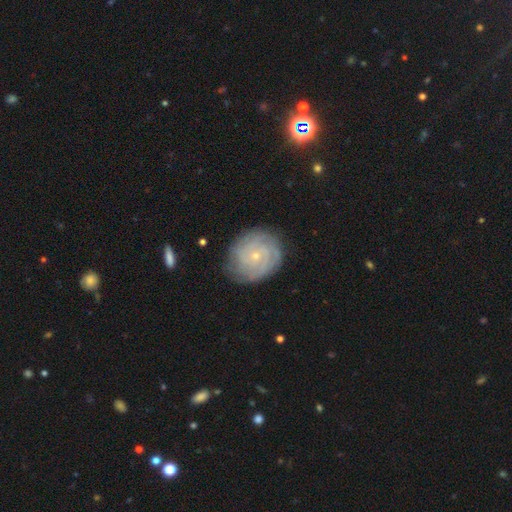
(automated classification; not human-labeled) Smooth or featured? featured or disk (79%)
Edge-on disk? no (98%)
Bar? no (78%)
Spiral arms? yes (94%)
Spiral winding? tight (80%)
Spiral arm count? can't tell (35%)
Bulge size? small (83%)
Merging? none (81%)